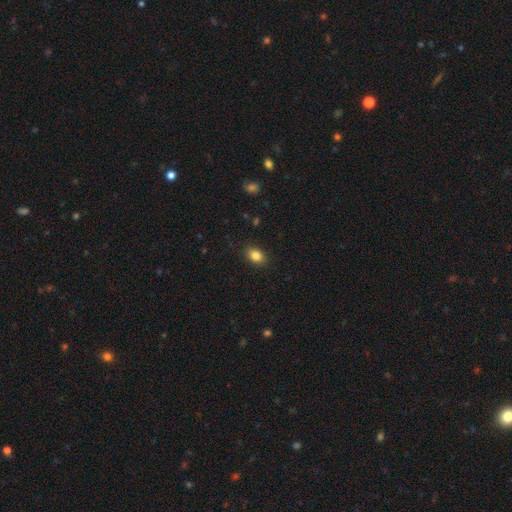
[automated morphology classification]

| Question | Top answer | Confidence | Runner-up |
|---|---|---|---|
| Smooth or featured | smooth | 85% | star or artifact (9%) |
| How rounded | in between | 79% | round (19%) |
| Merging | none | 88% | minor disturbance (9%) |